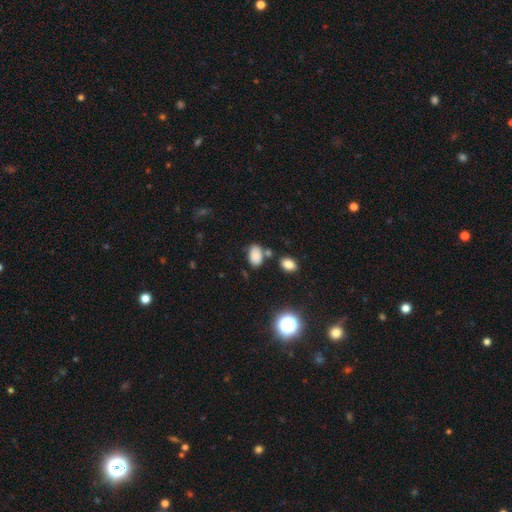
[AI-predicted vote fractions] This is clearly a smooth galaxy (82%). How rounded: clearly in between (88%). Merging: likely none (67%).